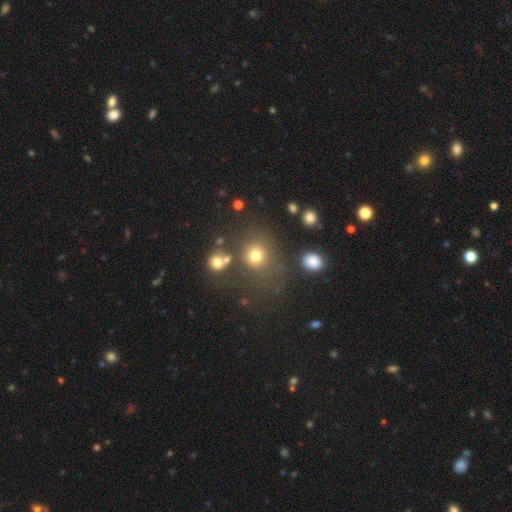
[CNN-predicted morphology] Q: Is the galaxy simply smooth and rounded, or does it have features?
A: smooth — 74%.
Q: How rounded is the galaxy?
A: round — 82%.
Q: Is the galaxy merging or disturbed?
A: none — 64%.